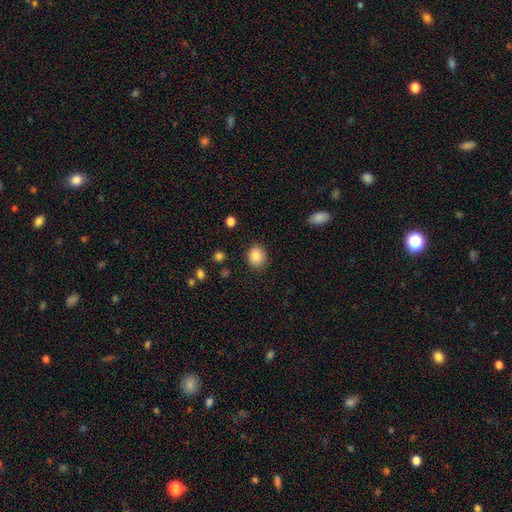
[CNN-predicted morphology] The model was most divided on "how rounded": round: 65%, in between: 35%, cigar-shaped: 1%. More confident: merging — none (87%); smooth or featured — smooth (85%).